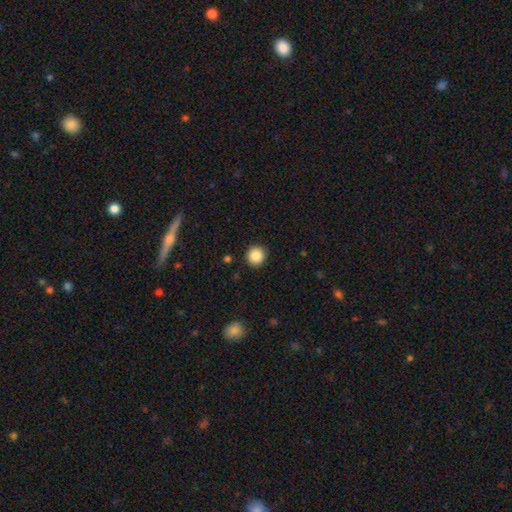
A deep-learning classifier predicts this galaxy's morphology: This is clearly a smooth galaxy (86%). How rounded: clearly round (91%). Merging: clearly none (91%).